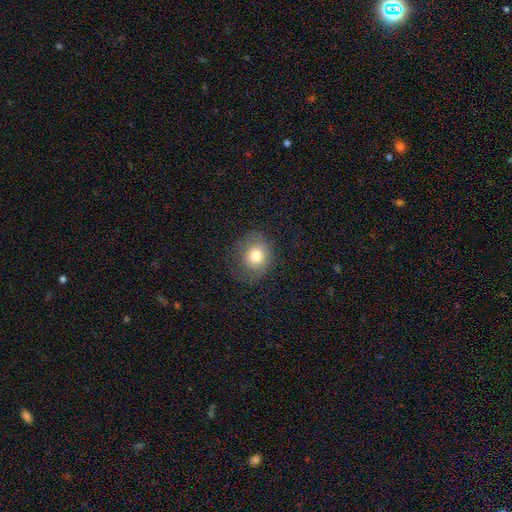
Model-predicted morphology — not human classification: Overall: smooth (73%). How rounded: round (68%; in between 31%). Merging: none (64%).